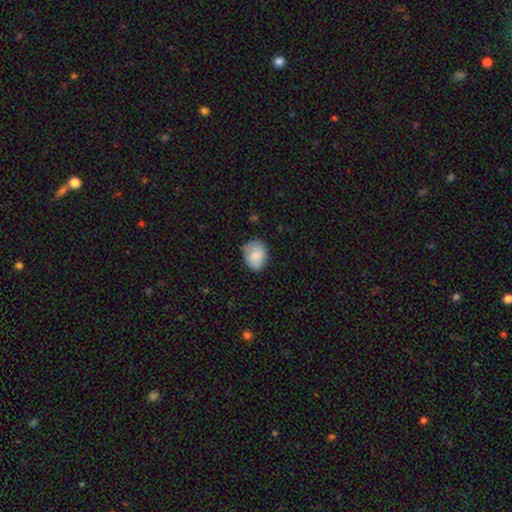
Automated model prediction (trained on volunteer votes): smooth 76%, featured or disk 17%, star or artifact 7%. Down the decision tree: how rounded — in between (57%); merging — none (60%).